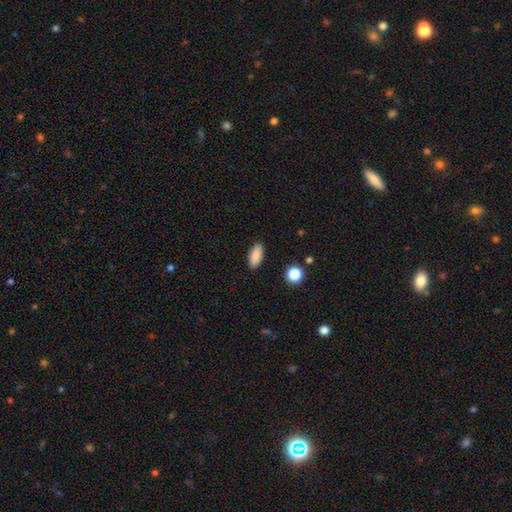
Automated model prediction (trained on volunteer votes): The model was most divided on "how rounded": in between: 85%, cigar-shaped: 12%, round: 3%. More confident: merging — none (90%); smooth or featured — smooth (88%).